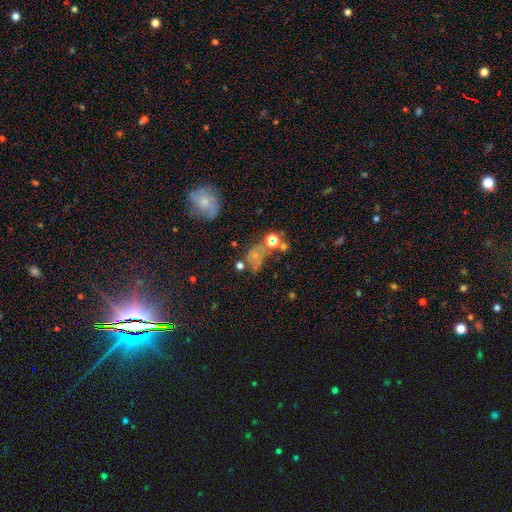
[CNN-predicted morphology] Smooth or featured? smooth (42%)
Merging? none (36%)